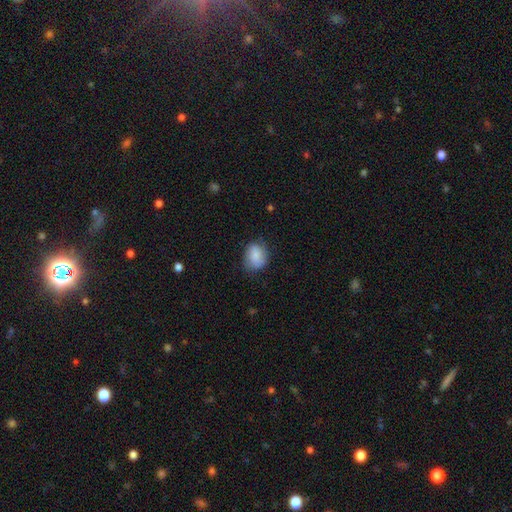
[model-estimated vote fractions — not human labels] Q: Smooth or featured?
A: smooth (83%); runner-up: featured or disk (10%)
Q: How rounded?
A: in between (57%); runner-up: round (42%)
Q: Merging?
A: none (69%); runner-up: minor disturbance (24%)